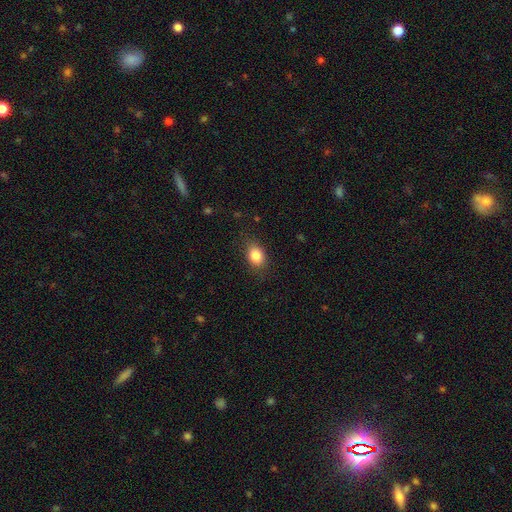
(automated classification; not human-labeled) Q: Smooth or featured?
A: smooth (84%); runner-up: star or artifact (9%)
Q: How rounded?
A: in between (71%); runner-up: round (28%)
Q: Merging?
A: none (82%); runner-up: minor disturbance (13%)